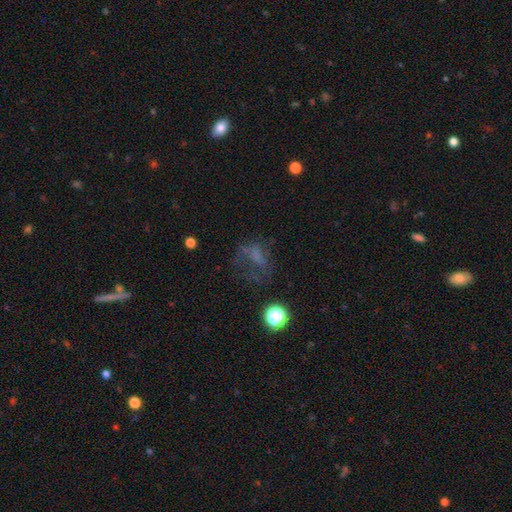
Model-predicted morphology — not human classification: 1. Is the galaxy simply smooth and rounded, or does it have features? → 41% smooth, 31% featured or disk, 28% star or artifact.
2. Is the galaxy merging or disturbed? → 43% none, 35% major disturbance, 18% minor disturbance, 4% merger.